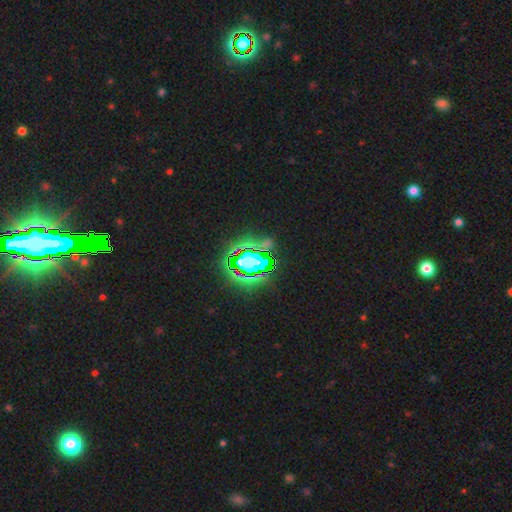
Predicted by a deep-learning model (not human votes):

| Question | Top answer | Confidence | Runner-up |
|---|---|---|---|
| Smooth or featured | star or artifact | 83% | smooth (10%) |